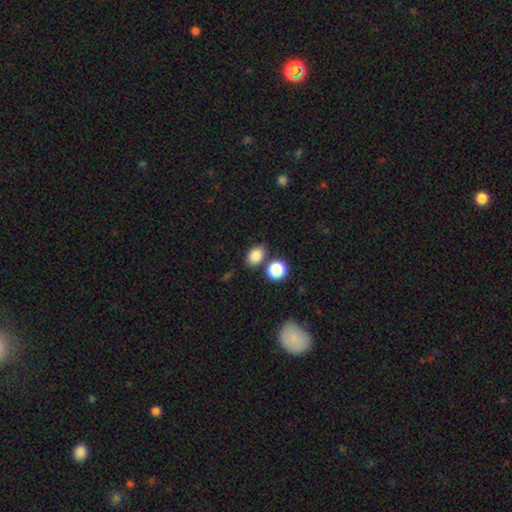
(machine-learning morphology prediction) Overall: smooth (85%). How rounded: in between (73%). Merging: none (72%).